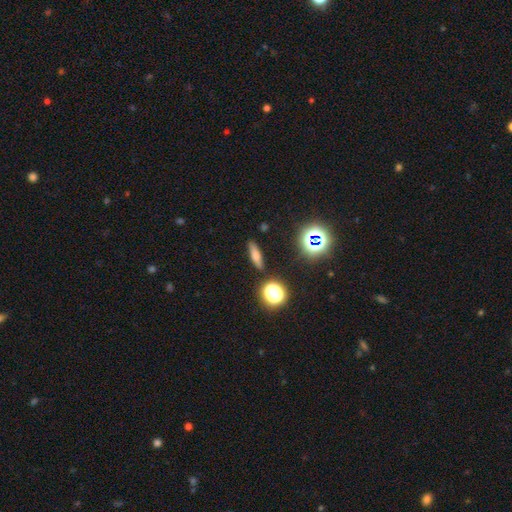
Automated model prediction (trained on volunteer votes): This is possibly a smooth galaxy (57%). How rounded: possibly cigar-shaped (59%). Merging: clearly none (86%).